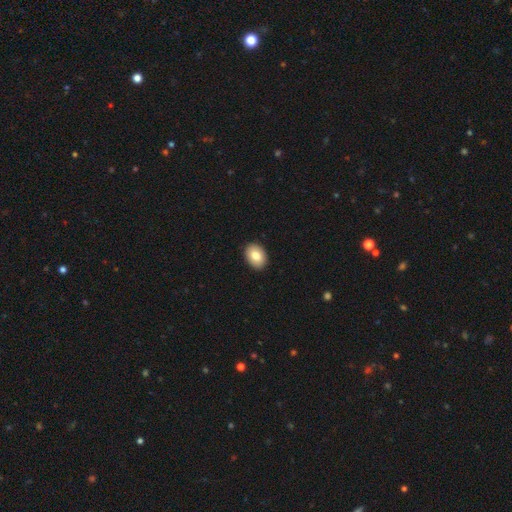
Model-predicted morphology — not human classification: Q: Smooth or featured?
A: smooth (84%); runner-up: featured or disk (9%)
Q: How rounded?
A: in between (80%); runner-up: round (19%)
Q: Merging?
A: none (91%); runner-up: minor disturbance (7%)